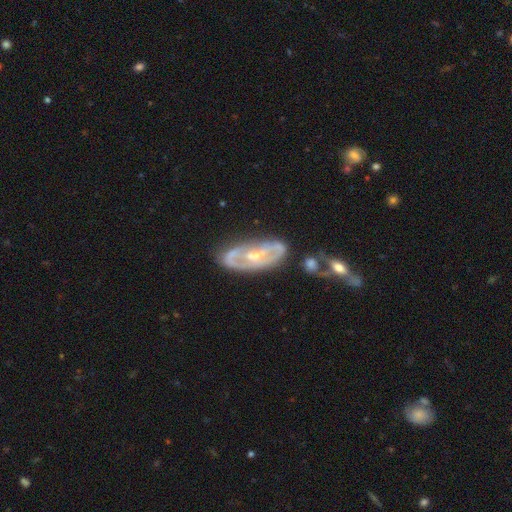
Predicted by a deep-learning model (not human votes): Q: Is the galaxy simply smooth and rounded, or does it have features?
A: featured or disk — 80%.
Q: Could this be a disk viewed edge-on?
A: no — 90%.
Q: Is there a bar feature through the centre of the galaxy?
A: no — 40%.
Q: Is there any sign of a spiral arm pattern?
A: yes — 75%.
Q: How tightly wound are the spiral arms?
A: tight — 45%.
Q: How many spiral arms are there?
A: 2 — 56%.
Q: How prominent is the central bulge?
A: small — 48%.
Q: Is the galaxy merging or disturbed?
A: none — 62%.